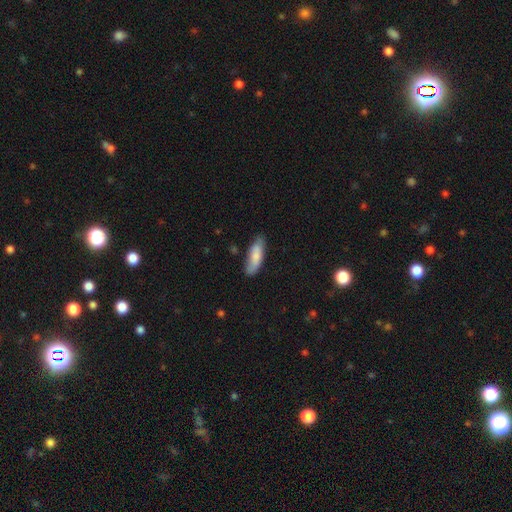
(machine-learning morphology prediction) Smooth or featured?
  - smooth: 79% *
  - featured or disk: 16%
  - star or artifact: 6%
How rounded?
  - in between: 57% *
  - cigar-shaped: 41%
  - round: 2%
Merging?
  - none: 71% *
  - minor disturbance: 22%
  - major disturbance: 4%
  - merger: 2%